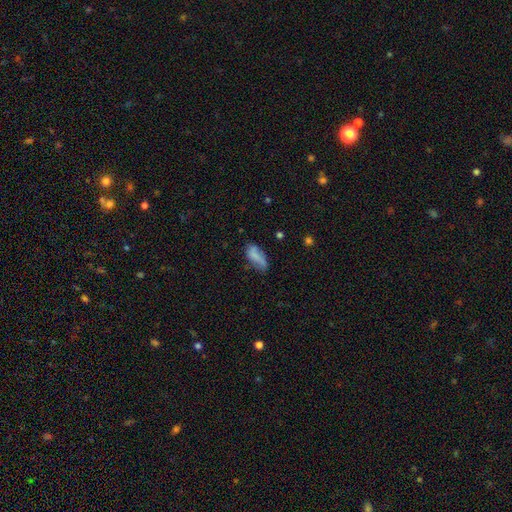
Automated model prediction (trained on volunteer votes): A smooth galaxy with no disk features (71%) that is in between round and cigar-shaped (82%).

Vote fractions:
- Smooth or featured? smooth: 71% / featured or disk: 20% / star or artifact: 9%
- How rounded? in between: 82% / cigar-shaped: 15% / round: 3%
- Merging? none: 50% / minor disturbance: 33% / major disturbance: 13% / merger: 5%